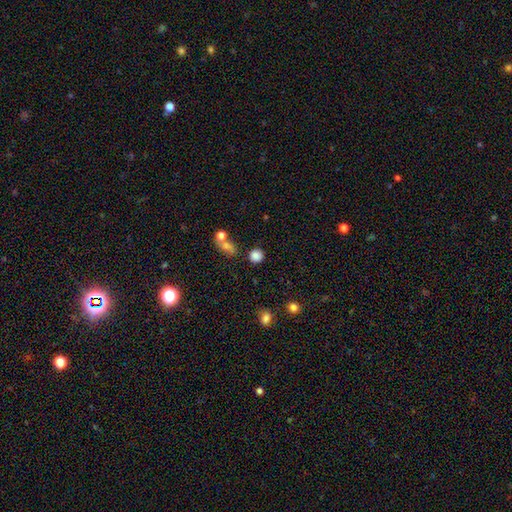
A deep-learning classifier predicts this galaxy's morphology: Smooth or featured? Predicted: smooth (p=0.83). How rounded? Predicted: round (p=0.89). Merging? Predicted: none (p=0.79).